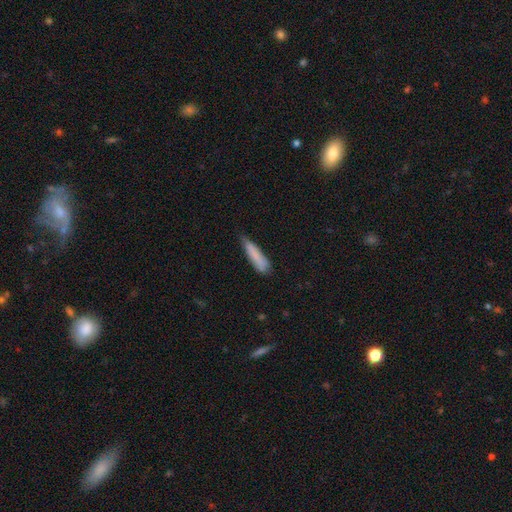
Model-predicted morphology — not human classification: Smooth or featured? smooth (82%)
How rounded? cigar-shaped (82%)
Merging? none (62%)